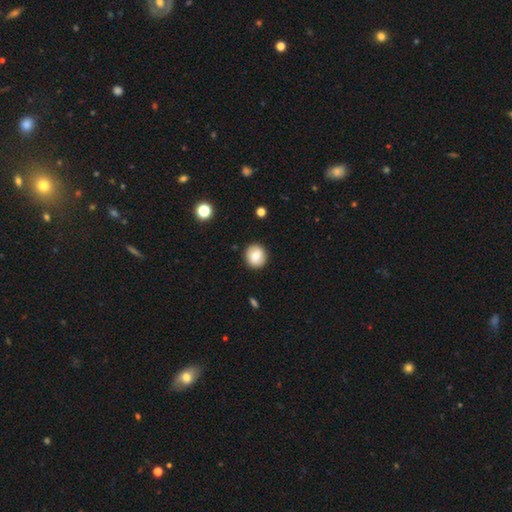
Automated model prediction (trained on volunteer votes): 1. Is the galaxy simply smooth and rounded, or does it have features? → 76% smooth, 15% featured or disk, 9% star or artifact.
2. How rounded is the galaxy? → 88% round, 11% in between, 1% cigar-shaped.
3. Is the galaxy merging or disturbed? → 90% none, 7% minor disturbance, 2% major disturbance, 1% merger.